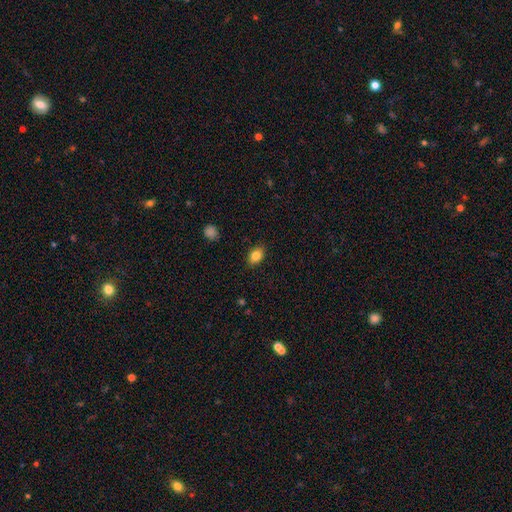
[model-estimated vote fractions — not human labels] Q: Smooth or featured?
A: smooth (83%); runner-up: star or artifact (9%)
Q: How rounded?
A: in between (79%); runner-up: round (19%)
Q: Merging?
A: none (87%); runner-up: minor disturbance (10%)